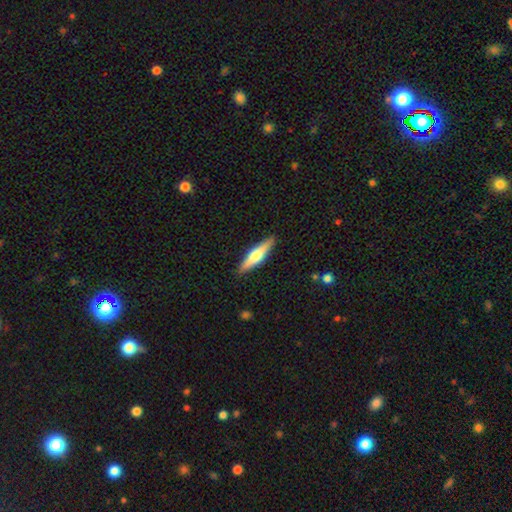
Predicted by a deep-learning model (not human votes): Morphology: type=featured or disk (52%); edge-on=yes (95%); merging=none (90%).